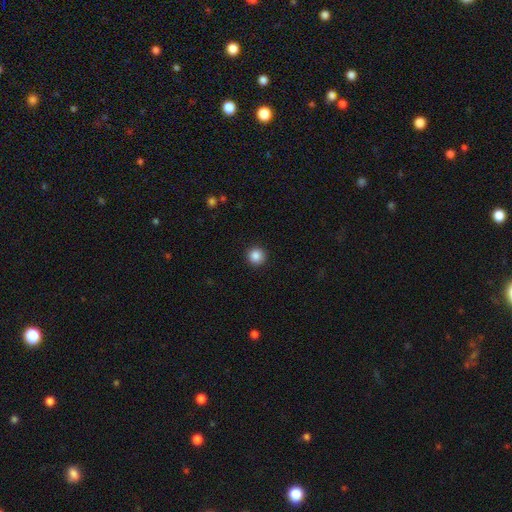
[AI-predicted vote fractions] A smooth galaxy with no disk features (87%) that is round (96%).

Vote fractions:
- Smooth or featured? smooth: 87% / star or artifact: 10% / featured or disk: 3%
- How rounded? round: 96% / in between: 3% / cigar-shaped: 1%
- Merging? none: 93% / minor disturbance: 4% / major disturbance: 2% / merger: 1%